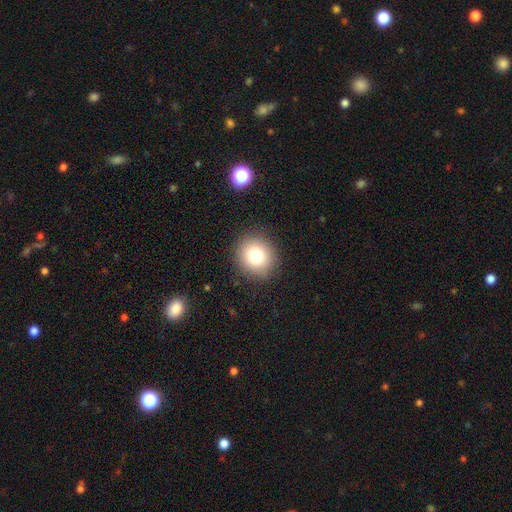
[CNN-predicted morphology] A smooth galaxy with no disk features (79%) that is round (87%).

Vote fractions:
- Smooth or featured? smooth: 79% / star or artifact: 12% / featured or disk: 10%
- How rounded? round: 87% / in between: 12% / cigar-shaped: 1%
- Merging? none: 89% / minor disturbance: 7% / major disturbance: 3% / merger: 1%